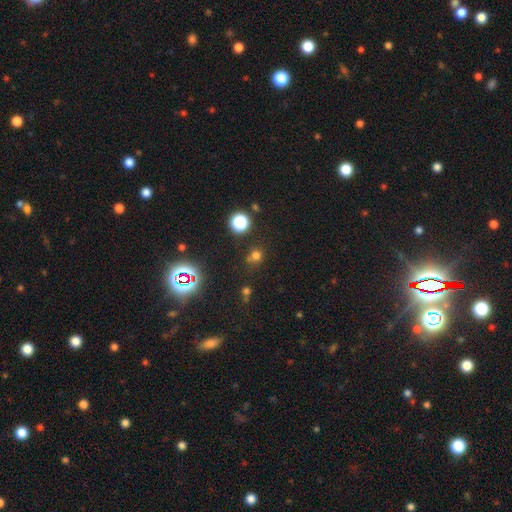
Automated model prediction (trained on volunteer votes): Morphology: type=smooth (62%); roundness=round (83%); merging=none (67%).